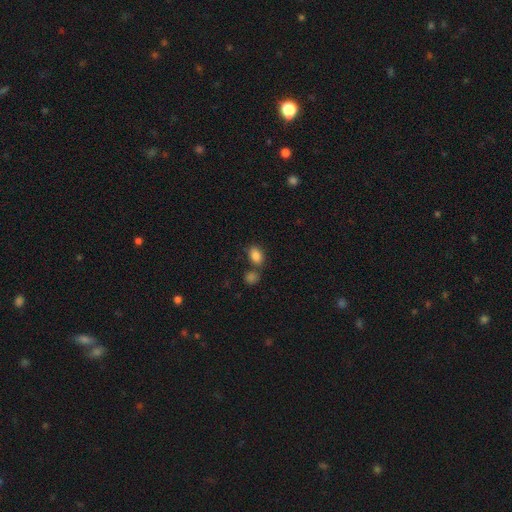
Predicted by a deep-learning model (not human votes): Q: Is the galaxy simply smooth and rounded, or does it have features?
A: smooth — 84%.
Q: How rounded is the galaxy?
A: in between — 80%.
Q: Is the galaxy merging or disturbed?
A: none — 61%.